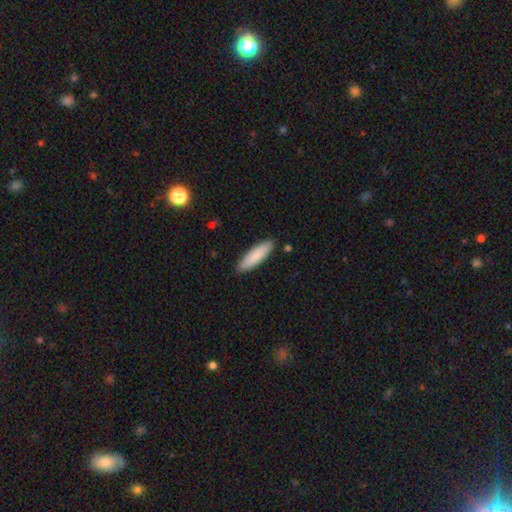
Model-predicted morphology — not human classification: This appears to be a smooth galaxy with no disk features (86%) that is cigar-shaped (67%). Merging: none (88%).